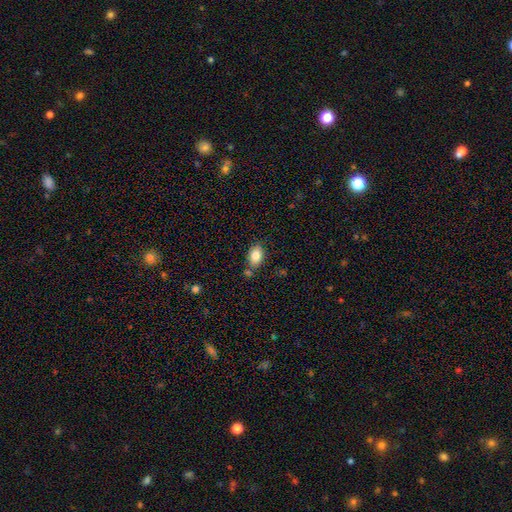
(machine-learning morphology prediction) Smooth or featured?
  - smooth: 84% *
  - star or artifact: 8%
  - featured or disk: 8%
How rounded?
  - in between: 86% *
  - round: 12%
  - cigar-shaped: 2%
Merging?
  - none: 74% *
  - minor disturbance: 15%
  - merger: 8%
  - major disturbance: 3%